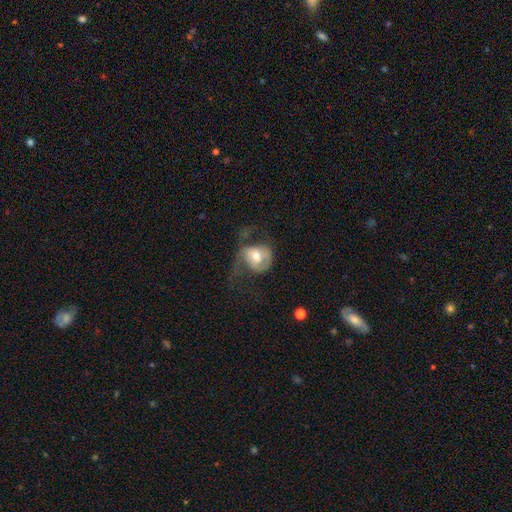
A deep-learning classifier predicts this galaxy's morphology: A featured or disk galaxy (53%) with no bar (60%), spiral arms (66%) and a moderate central bulge (68%). Merging: major disturbance (49%).